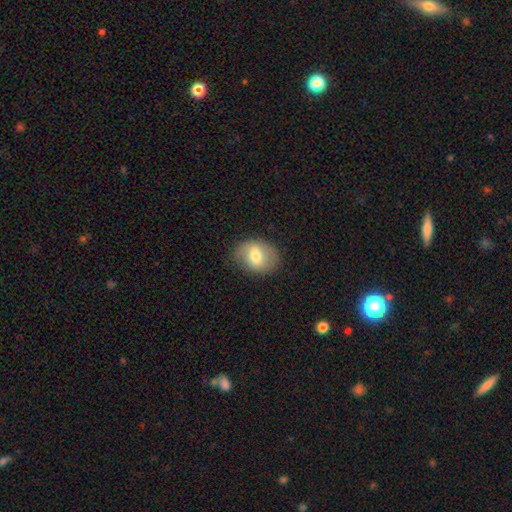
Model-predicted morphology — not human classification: smooth-or-featured: smooth: 64% | featured or disk: 28% | star or artifact: 8%
  how-rounded: in between: 58% | round: 41% | cigar-shaped: 1%
  merging: none: 80% | minor disturbance: 15% | major disturbance: 5% | merger: 1%